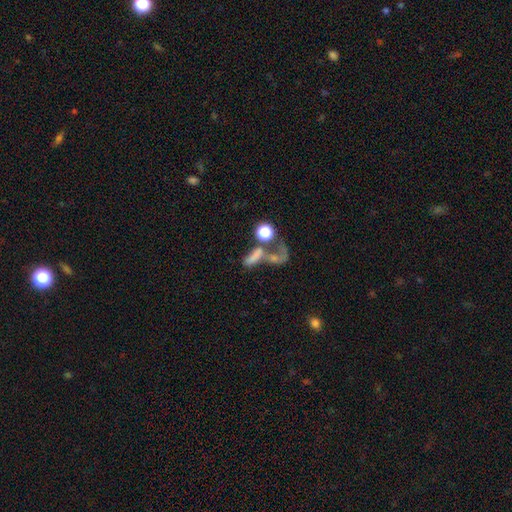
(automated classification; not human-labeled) Smooth or featured? smooth (57%)
How rounded? in between (56%)
Merging? merger (48%)